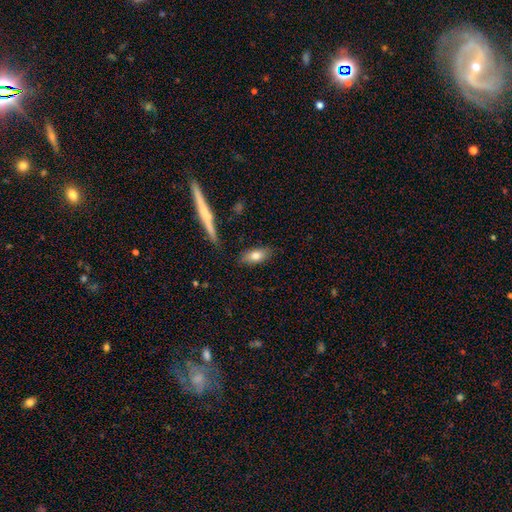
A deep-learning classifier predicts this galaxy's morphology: This is likely a smooth galaxy (76%). How rounded: clearly in between (82%). Merging: clearly none (82%).